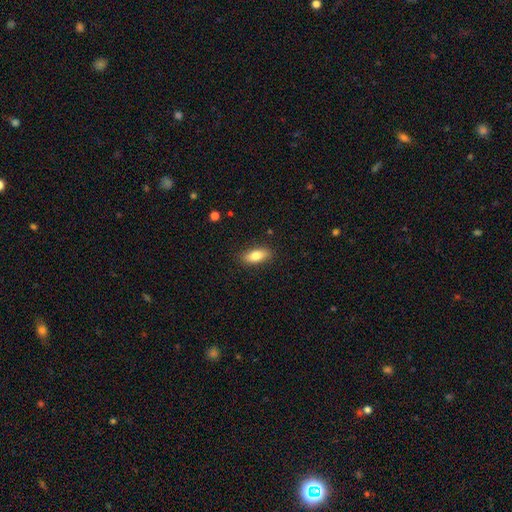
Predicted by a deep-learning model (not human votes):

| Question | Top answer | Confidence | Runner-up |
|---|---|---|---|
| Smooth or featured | smooth | 80% | featured or disk (13%) |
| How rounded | in between | 81% | cigar-shaped (16%) |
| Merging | none | 87% | minor disturbance (10%) |